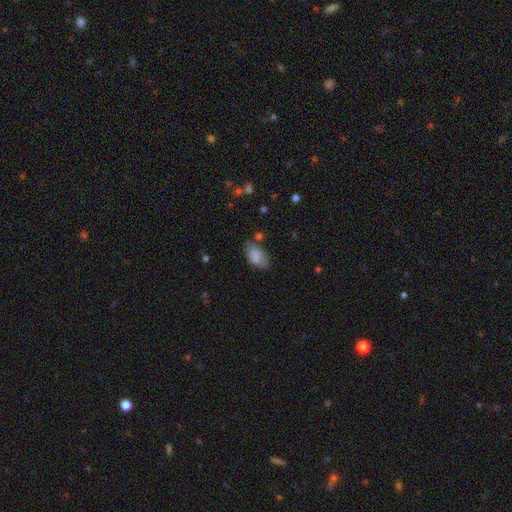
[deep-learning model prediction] smooth 78%, featured or disk 15%, star or artifact 8%. Down the decision tree: how rounded — in between (93%); merging — none (65%).